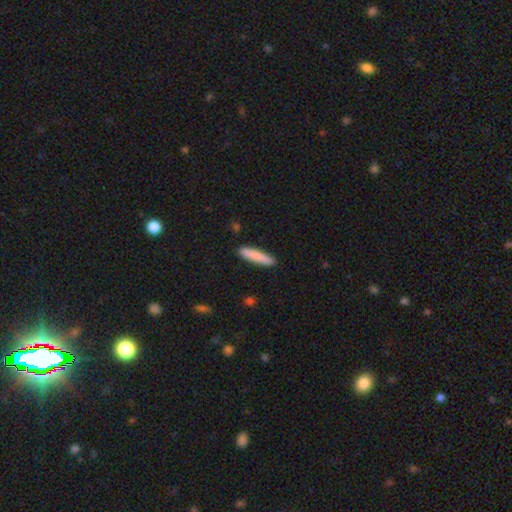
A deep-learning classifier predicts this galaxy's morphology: type=smooth (84%); roundness=cigar-shaped (87%); merging=none (89%).